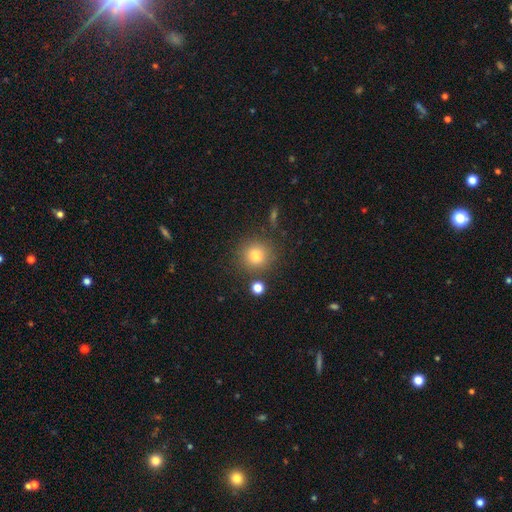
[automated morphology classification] smooth-or-featured: smooth: 80% | star or artifact: 12% | featured or disk: 8%
  how-rounded: round: 92% | in between: 7% | cigar-shaped: 1%
  merging: none: 83% | minor disturbance: 9% | merger: 5% | major disturbance: 3%